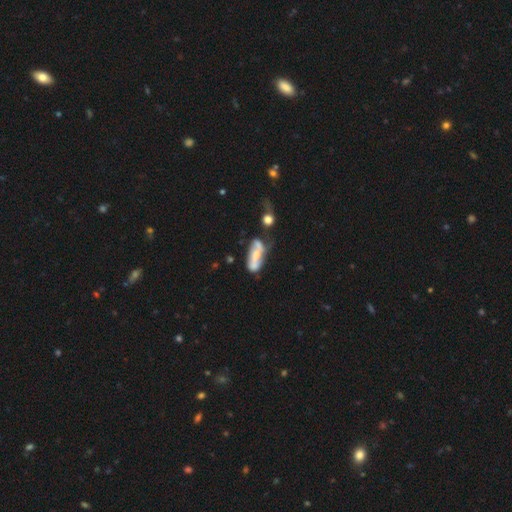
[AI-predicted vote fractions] The model was most divided on "merging": none: 37%, merger: 24%, minor disturbance: 24%, major disturbance: 15%. More confident: edge-on disk — no (81%); smooth or featured — featured or disk (55%).